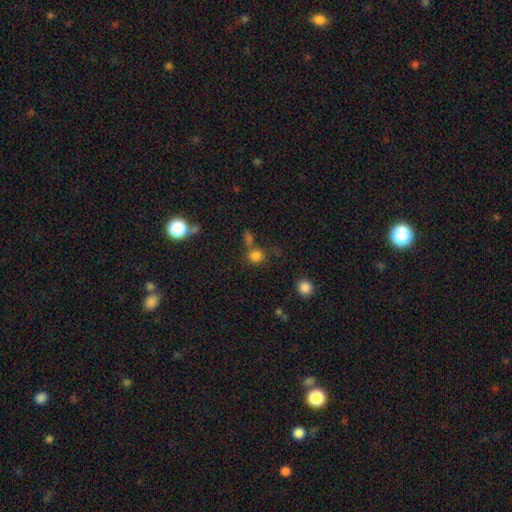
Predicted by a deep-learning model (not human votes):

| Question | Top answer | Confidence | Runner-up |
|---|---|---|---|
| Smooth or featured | smooth | 77% | star or artifact (17%) |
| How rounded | round | 86% | in between (12%) |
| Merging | none | 60% | merger (22%) |